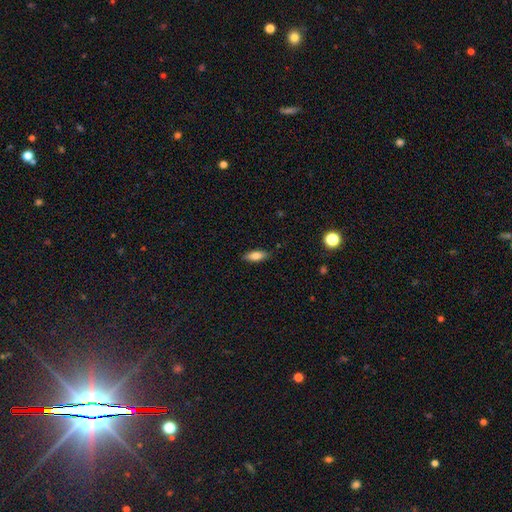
Q: Smooth or featured?
A: smooth (89%); runner-up: featured or disk (8%)
Q: How rounded?
A: in between (88%); runner-up: cigar-shaped (9%)
Q: Merging?
A: none (97%); runner-up: minor disturbance (3%)